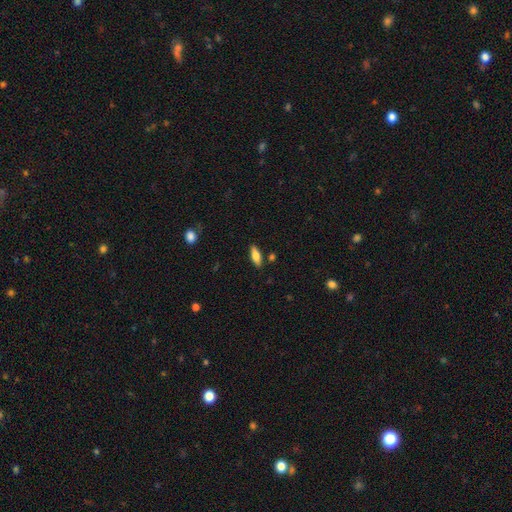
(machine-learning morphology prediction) The model was most divided on "how rounded": in between: 68%, cigar-shaped: 29%, round: 2%. More confident: merging — none (85%); smooth or featured — smooth (73%).